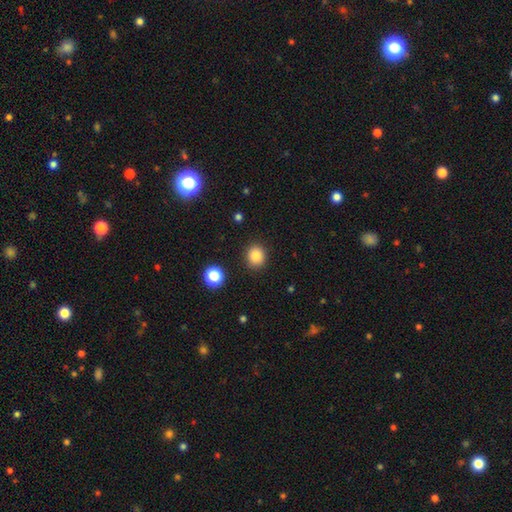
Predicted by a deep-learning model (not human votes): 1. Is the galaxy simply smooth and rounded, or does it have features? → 84% smooth, 11% star or artifact, 5% featured or disk.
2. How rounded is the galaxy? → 81% round, 18% in between, 1% cigar-shaped.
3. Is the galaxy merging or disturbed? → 89% none, 7% minor disturbance, 2% major disturbance, 2% merger.